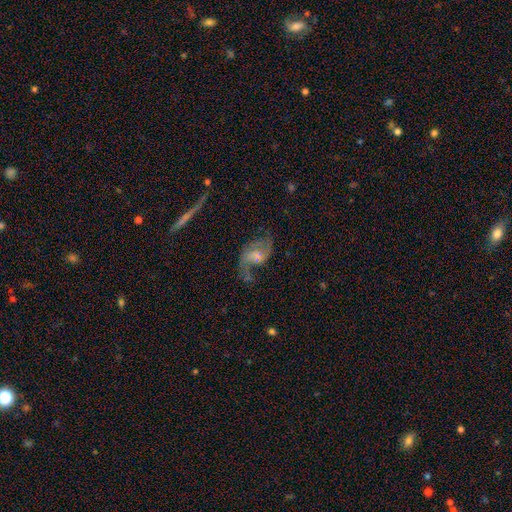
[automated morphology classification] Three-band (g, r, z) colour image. It shows a featured or disk galaxy (79%) with no bar (46%), 2 (86%) loose (63%) spiral arms (90%) and a small central bulge (41%). Merging: none (54%).